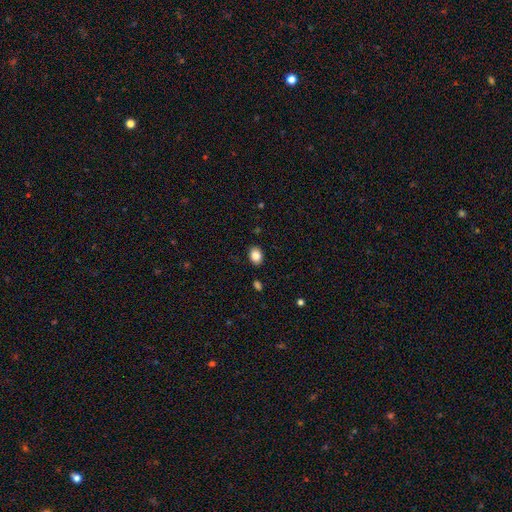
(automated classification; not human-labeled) The model was most divided on "how rounded": in between: 71%, round: 28%, cigar-shaped: 1%. More confident: smooth or featured — smooth (87%); merging — none (86%).